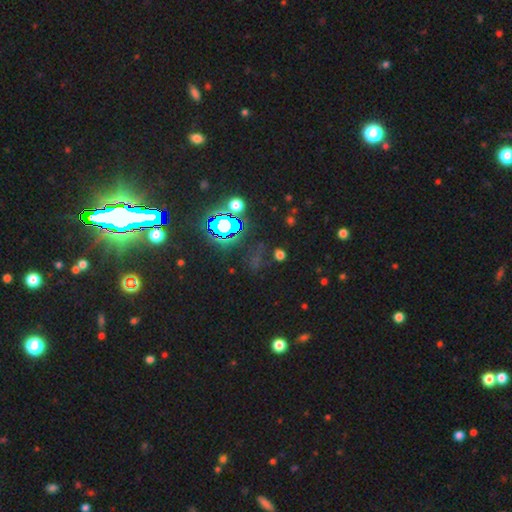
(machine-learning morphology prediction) star or artifact 80%, smooth 12%, featured or disk 8%.